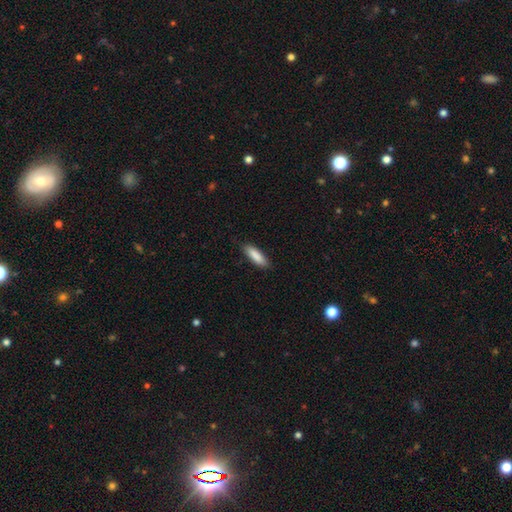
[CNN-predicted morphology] This appears to be a smooth galaxy with no disk features (87%) that is cigar-shaped (57%). Merging: none (85%).